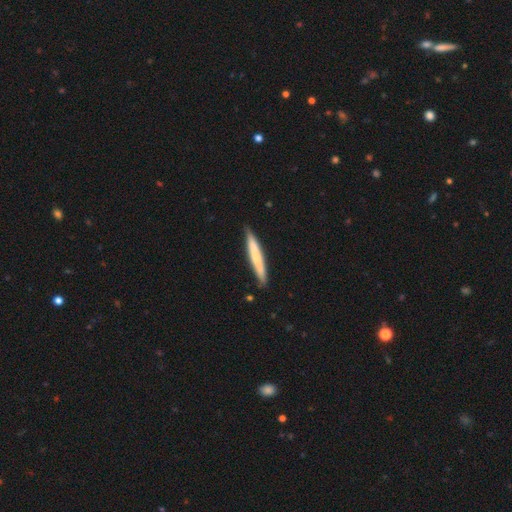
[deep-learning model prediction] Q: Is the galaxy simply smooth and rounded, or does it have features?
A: smooth — 62%.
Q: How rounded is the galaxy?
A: cigar-shaped — 95%.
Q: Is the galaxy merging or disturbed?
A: none — 87%.